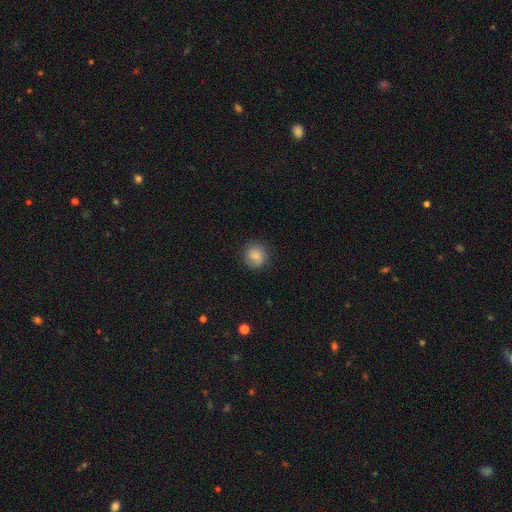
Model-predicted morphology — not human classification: Overall: smooth (75%). How rounded: round (89%). Merging: none (81%).